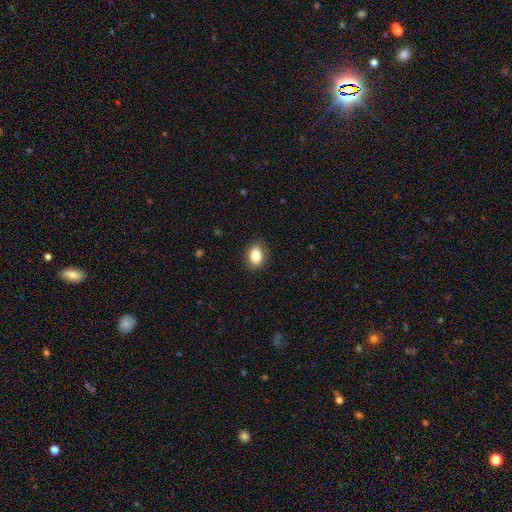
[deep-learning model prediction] This appears to be a smooth galaxy with no disk features (85%) that is in between round and cigar-shaped (78%). Merging: none (87%).